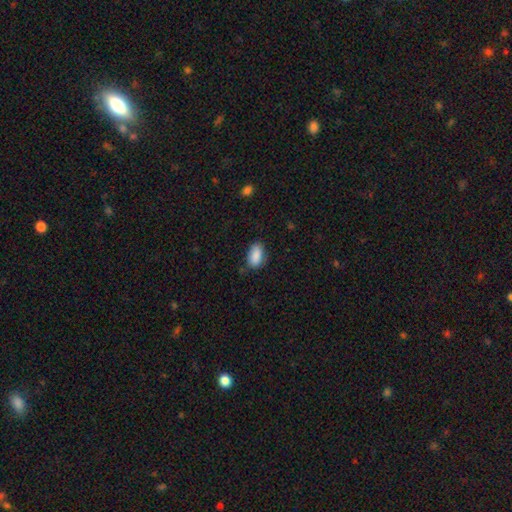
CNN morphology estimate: Q: Smooth or featured?
A: smooth (89%); runner-up: star or artifact (7%)
Q: How rounded?
A: in between (92%); runner-up: round (5%)
Q: Merging?
A: none (76%); runner-up: minor disturbance (19%)